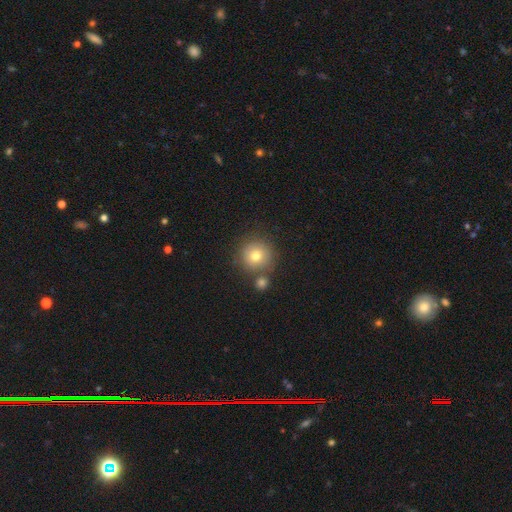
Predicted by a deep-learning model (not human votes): Smooth or featured? Predicted: smooth (p=0.76). How rounded? Predicted: round (p=0.94). Merging? Predicted: none (p=0.72).